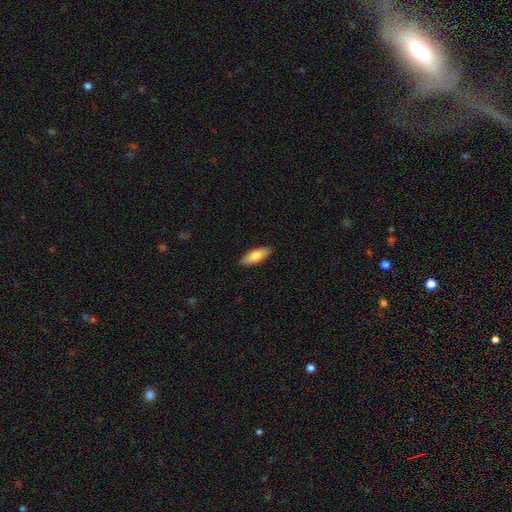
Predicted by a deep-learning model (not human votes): Overall: smooth (76%). How rounded: in between (63%; cigar-shaped 35%). Merging: none (90%).